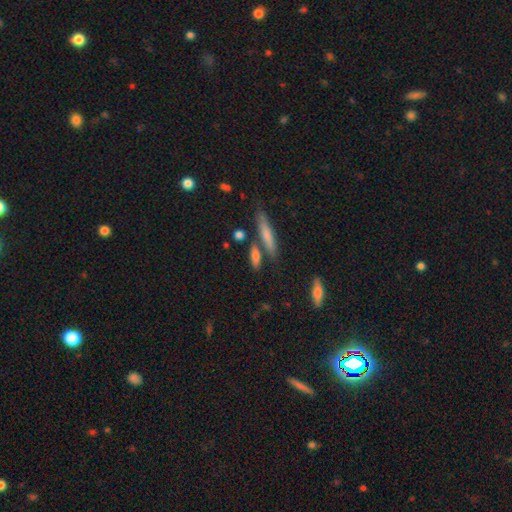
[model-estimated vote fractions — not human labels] A smooth galaxy with no disk features (73%) that is cigar-shaped (60%).

Vote fractions:
- Smooth or featured? smooth: 73% / featured or disk: 19% / star or artifact: 8%
- How rounded? cigar-shaped: 60% / in between: 35% / round: 6%
- Merging? none: 68% / merger: 16% / minor disturbance: 13% / major disturbance: 4%